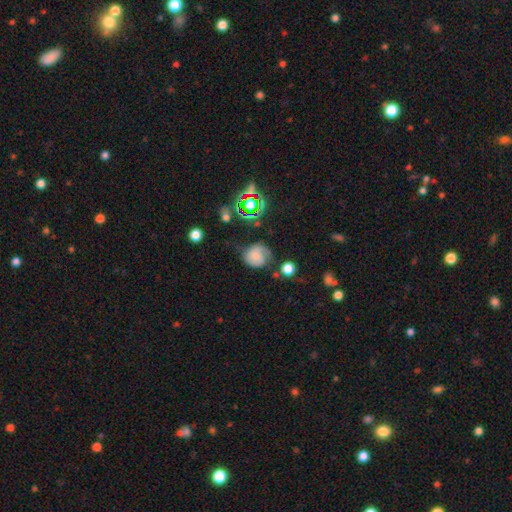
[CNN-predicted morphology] smooth 57%, featured or disk 29%, star or artifact 15%. Down the decision tree: how rounded — round (75%); merging — none (43%).